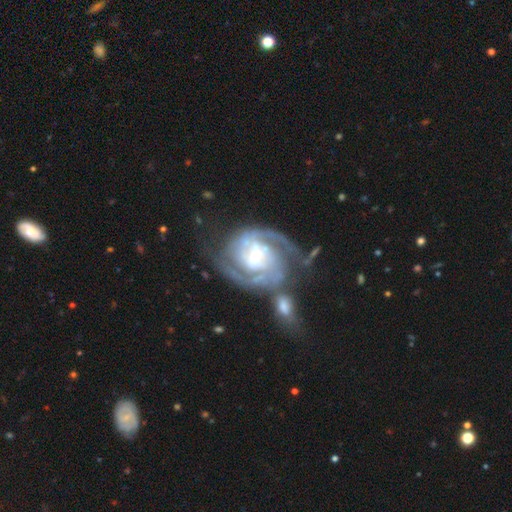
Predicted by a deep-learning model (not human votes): A featured or disk galaxy (90%) with a weak bar (41%), 2 (58%) tight (52%) spiral arms (97%) and a small central bulge (61%).

Vote fractions:
- Smooth or featured? featured or disk: 90% / smooth: 6% / star or artifact: 5%
- Edge-on disk? no: 98% / yes: 2%
- Bar? weak: 41% / no: 39% / strong: 20%
- Spiral arms? yes: 97% / no: 3%
- Spiral winding? tight: 52% / medium: 39% / loose: 9%
- Spiral arm count? 2: 58% / 3: 15% / can't tell: 14% / 4: 5% / 1: 4% / more than 4: 4%
- Bulge size? small: 61% / moderate: 28% / large: 5% / none: 4% / dominant: 1%
- Merging? none: 46% / merger: 21% / minor disturbance: 18% / major disturbance: 16%